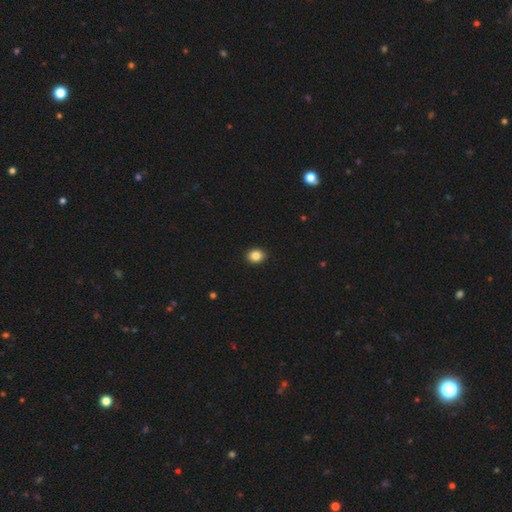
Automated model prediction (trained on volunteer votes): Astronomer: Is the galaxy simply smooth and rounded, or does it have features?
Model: smooth — 85%.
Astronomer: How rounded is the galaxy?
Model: round — 61% (runner-up: in between, 38%).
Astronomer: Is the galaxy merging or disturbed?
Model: none — 91%.